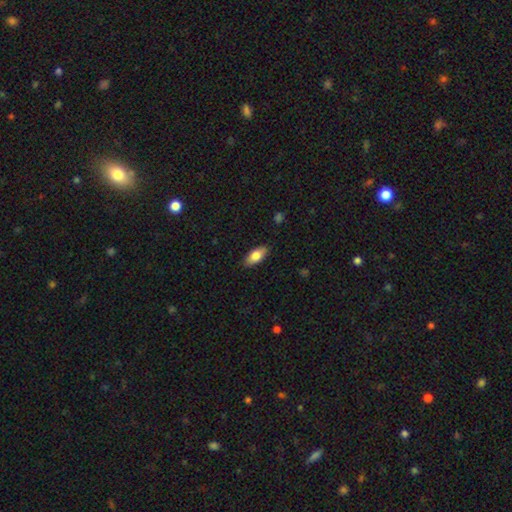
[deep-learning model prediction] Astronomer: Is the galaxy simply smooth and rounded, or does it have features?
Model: smooth — 80%.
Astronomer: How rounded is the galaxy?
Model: in between — 87%.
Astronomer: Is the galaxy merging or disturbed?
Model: none — 88%.